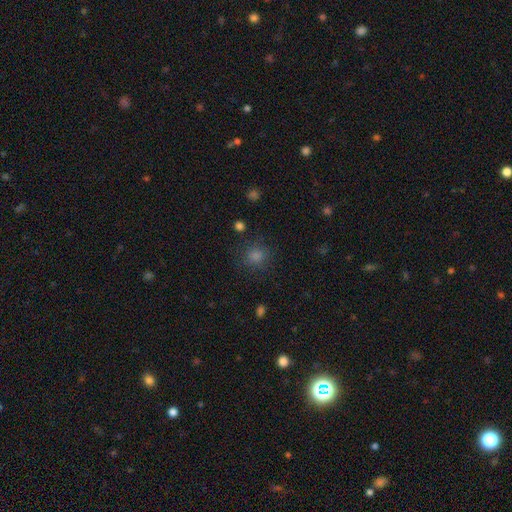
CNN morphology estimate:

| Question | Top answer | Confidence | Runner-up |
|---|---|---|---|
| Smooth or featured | smooth | 71% | star or artifact (24%) |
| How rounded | round | 87% | in between (12%) |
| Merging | none | 85% | minor disturbance (9%) |